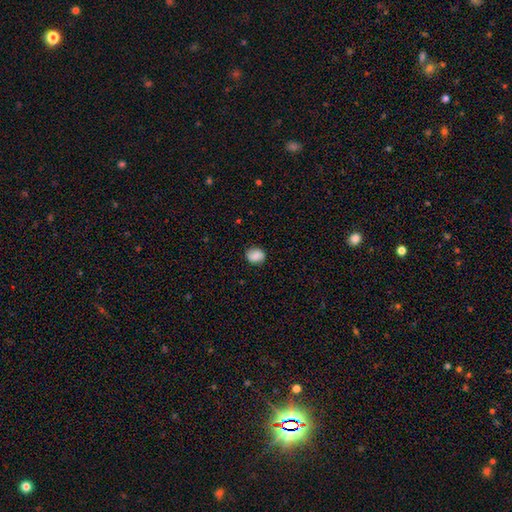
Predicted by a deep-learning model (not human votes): Morphology: type=smooth (79%); roundness=round (63%); merging=none (84%).